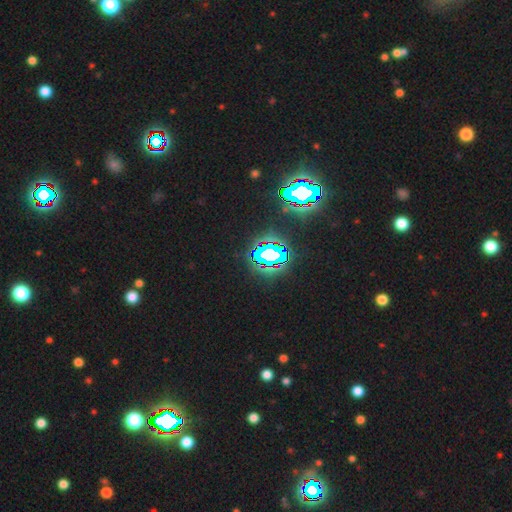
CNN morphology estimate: smooth_or_featured: star or artifact (p=0.82) [alt: smooth p=0.11]